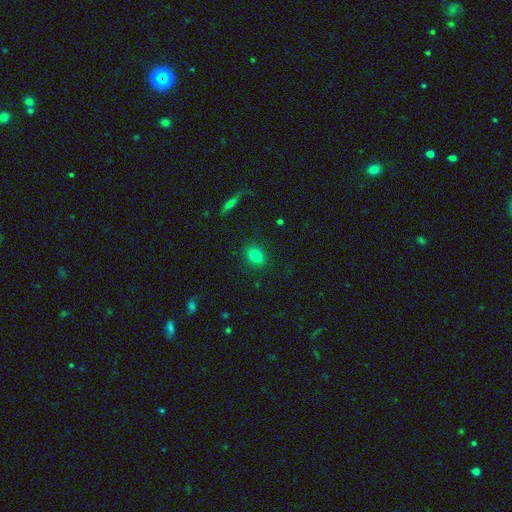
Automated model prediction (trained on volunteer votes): This appears to be a smooth galaxy with no disk features (82%) that is in between round and cigar-shaped (55%). Merging: none (88%).